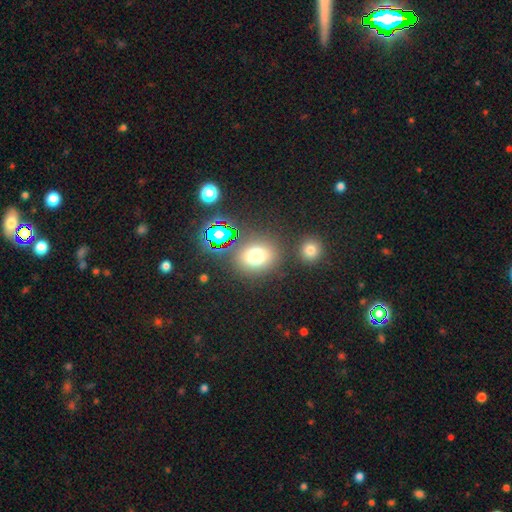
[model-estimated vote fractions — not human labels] smooth 69%, star or artifact 21%, featured or disk 10%. Down the decision tree: how rounded — round (65%); merging — none (79%).